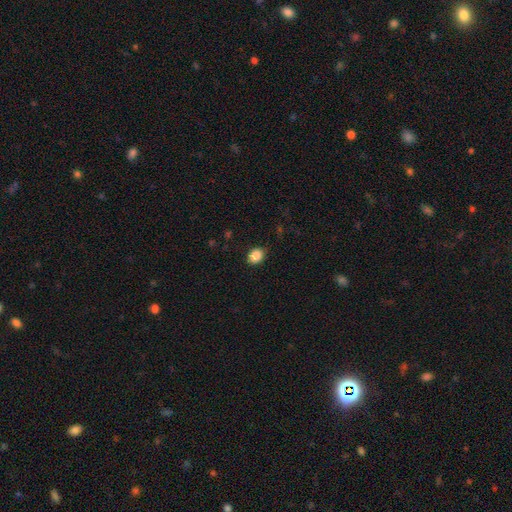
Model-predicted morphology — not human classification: Overall: smooth (89%). How rounded: in between (57%; round 42%). Merging: none (86%).